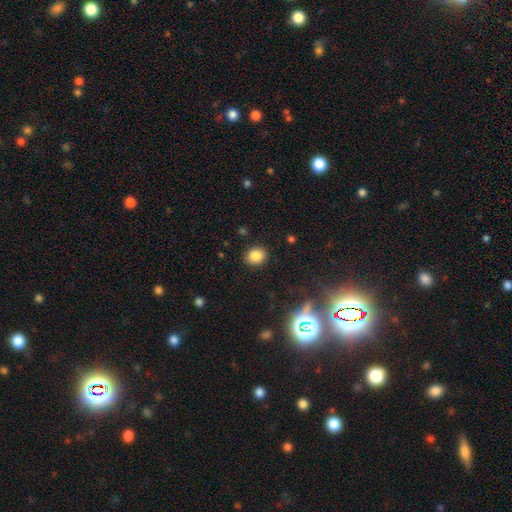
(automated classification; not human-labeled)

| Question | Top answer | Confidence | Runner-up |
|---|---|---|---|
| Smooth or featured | smooth | 82% | star or artifact (13%) |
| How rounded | round | 66% | in between (33%) |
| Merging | none | 89% | minor disturbance (7%) |